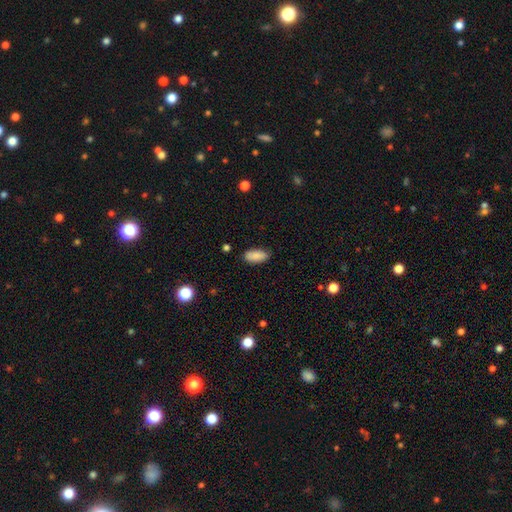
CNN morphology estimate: This is clearly a smooth galaxy (86%). How rounded: clearly in between (89%). Merging: clearly none (80%).